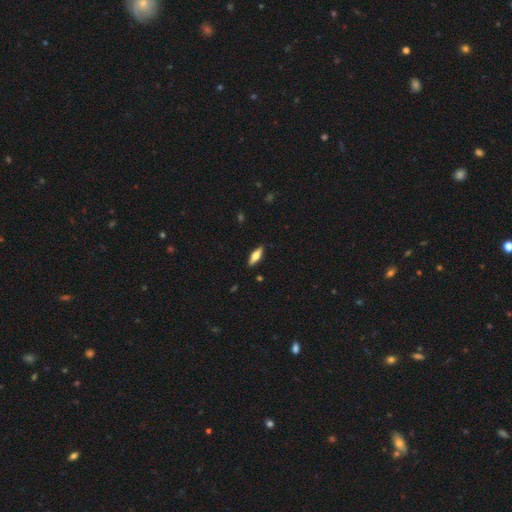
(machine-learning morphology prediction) This is possibly a smooth galaxy (55%). How rounded: possibly in between (52%). Merging: clearly none (88%).